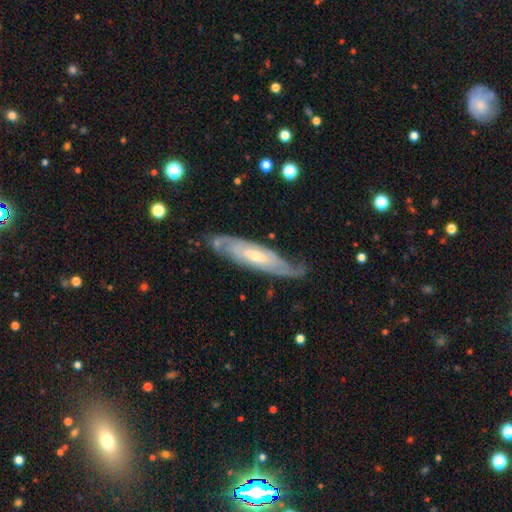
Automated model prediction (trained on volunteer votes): Overall: featured or disk (80%). Edge-on disk: no (72%). Bar: no (45%; weak 41%). Spiral arms: yes (92%). Spiral arm count: 2 (52%; can't tell 34%). Spiral winding: tight (56%; medium 34%). Bulge size: small (47%, tied with moderate). Merging: none (73%).